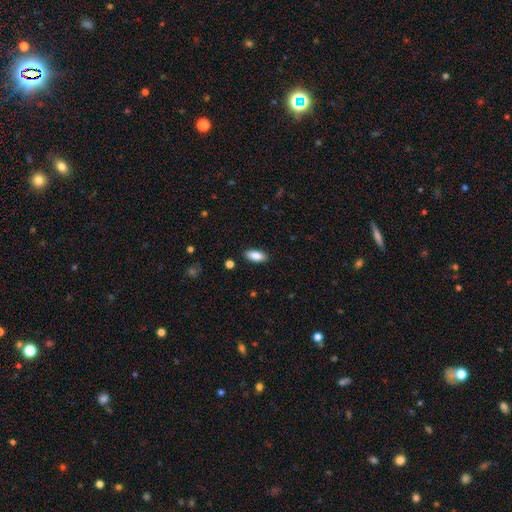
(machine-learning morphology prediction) smooth_or_featured: smooth (p=0.87) [alt: star or artifact p=0.07]
how_rounded: in between (p=0.84) [alt: cigar-shaped p=0.14]
merging: none (p=0.88) [alt: minor disturbance p=0.09]